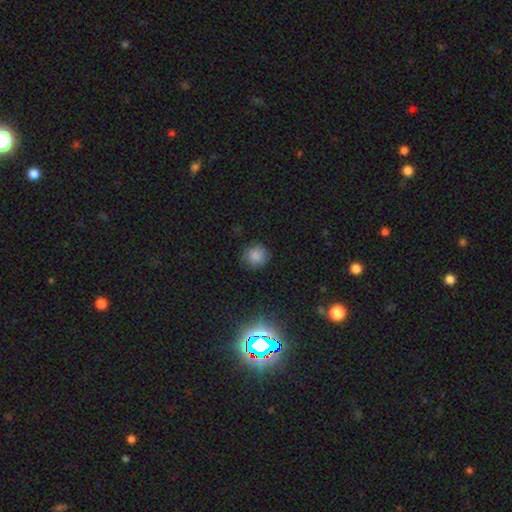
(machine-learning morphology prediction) Smooth or featured? Predicted: smooth (p=0.82). How rounded? Predicted: round (p=0.90). Merging? Predicted: none (p=0.85).